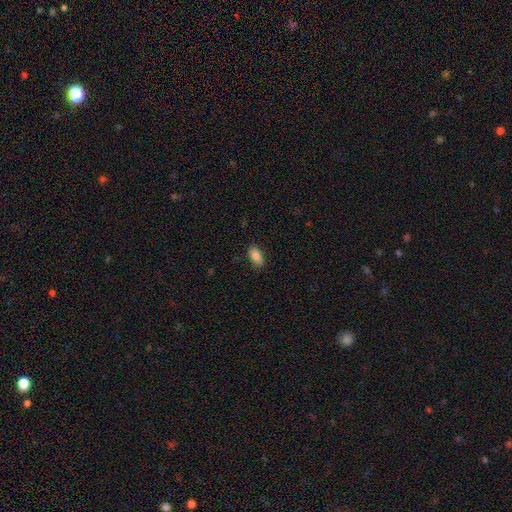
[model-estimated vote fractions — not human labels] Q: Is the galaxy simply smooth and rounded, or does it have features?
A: smooth — 85%.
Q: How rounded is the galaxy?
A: in between — 89%.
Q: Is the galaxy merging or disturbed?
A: none — 84%.